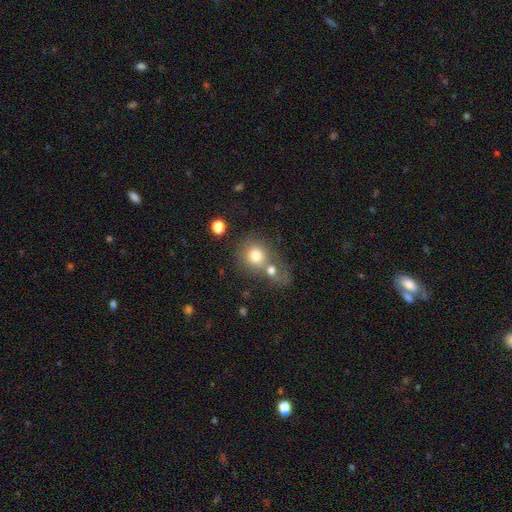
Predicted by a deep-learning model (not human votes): Overall: smooth (75%). How rounded: round (78%). Merging: merger (47%; none 37%).